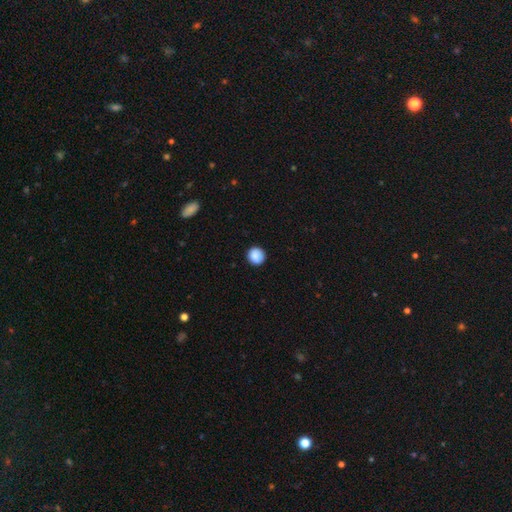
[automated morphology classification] A smooth galaxy with no disk features (88%) that is round (92%).

Vote fractions:
- Smooth or featured? smooth: 88% / star or artifact: 8% / featured or disk: 3%
- How rounded? round: 92% / in between: 7% / cigar-shaped: 1%
- Merging? none: 91% / minor disturbance: 6% / major disturbance: 2% / merger: 1%